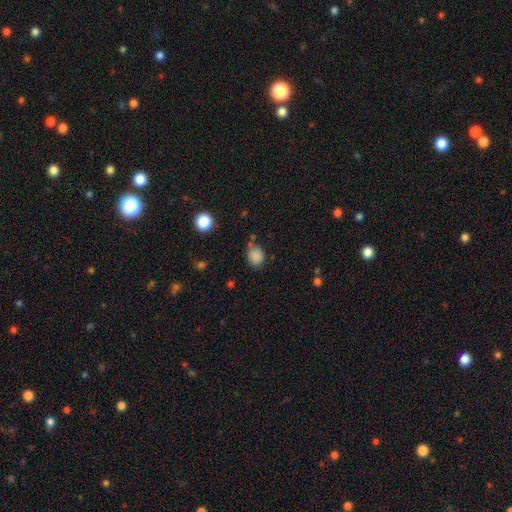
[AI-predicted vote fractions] Q: Smooth or featured?
A: smooth (85%); runner-up: star or artifact (11%)
Q: How rounded?
A: round (63%); runner-up: in between (36%)
Q: Merging?
A: none (68%); runner-up: minor disturbance (20%)